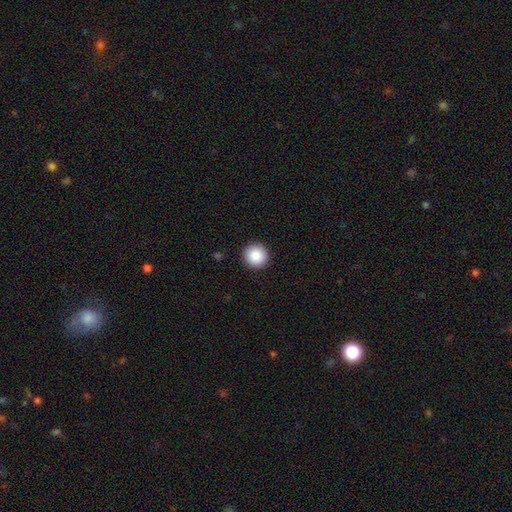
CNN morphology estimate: A smooth galaxy with no disk features (88%) that is round (96%). Merging: none (93%).